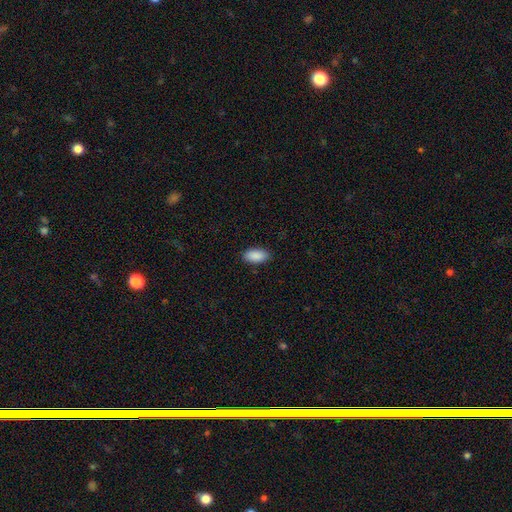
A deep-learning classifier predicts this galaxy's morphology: Smooth or featured? smooth (91%)
How rounded? in between (94%)
Merging? none (88%)